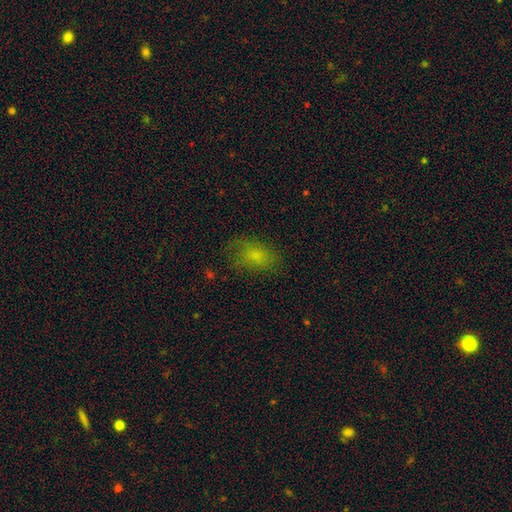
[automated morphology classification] A smooth galaxy with no disk features (71%) that is in between round and cigar-shaped (83%). Merging: none (67%).